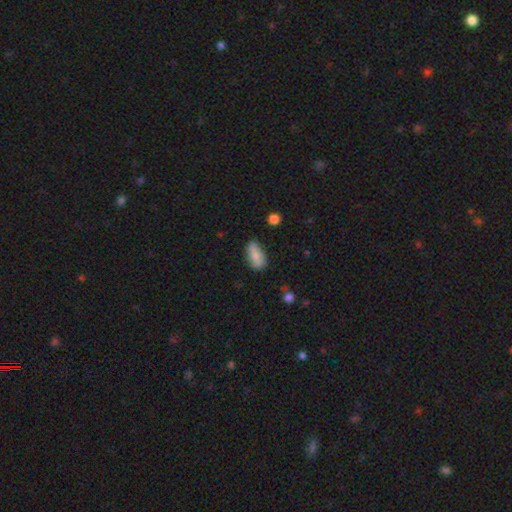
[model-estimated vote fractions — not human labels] This is likely a smooth galaxy (76%). How rounded: clearly in between (87%). Merging: likely none (75%).